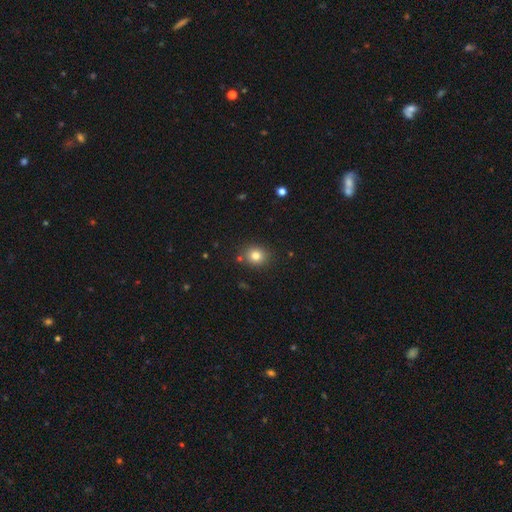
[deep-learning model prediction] A smooth galaxy with no disk features (81%) that is round (73%). Merging: none (85%).